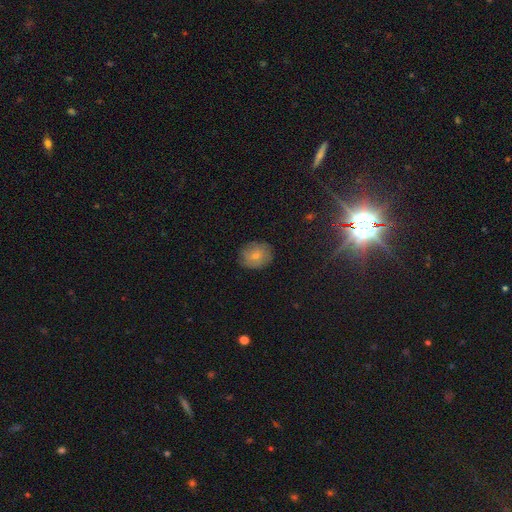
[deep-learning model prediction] Smooth or featured?
  - smooth: 68% *
  - featured or disk: 23%
  - star or artifact: 10%
How rounded?
  - round: 63% *
  - in between: 36%
  - cigar-shaped: 1%
Merging?
  - none: 80% *
  - minor disturbance: 15%
  - major disturbance: 4%
  - merger: 1%